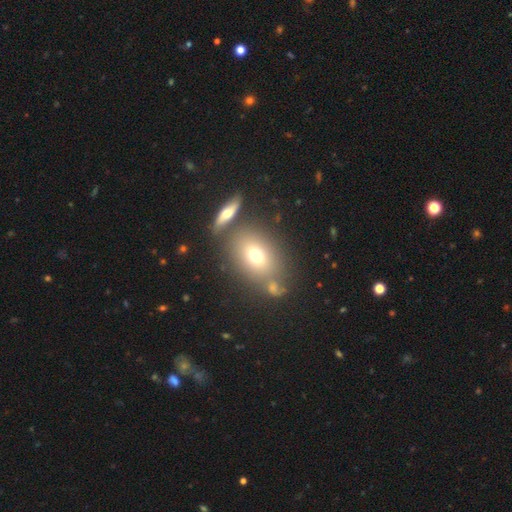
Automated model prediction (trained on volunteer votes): A smooth galaxy with no disk features (70%) that is in between round and cigar-shaped (60%). Merging: none (65%).